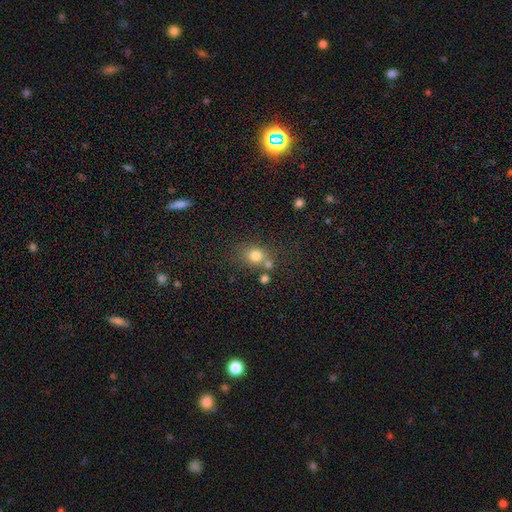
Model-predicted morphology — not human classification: Overall: smooth (77%). How rounded: round (77%). Merging: none (59%; merger 23%).